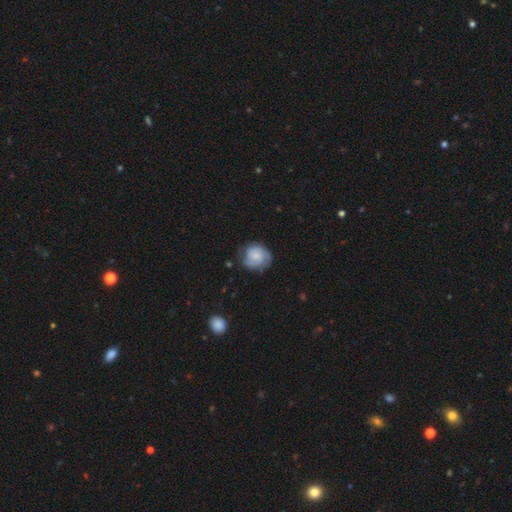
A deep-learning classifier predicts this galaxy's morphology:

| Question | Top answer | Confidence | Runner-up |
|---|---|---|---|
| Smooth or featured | featured or disk | 59% | smooth (34%) |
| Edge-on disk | no | 98% | yes (2%) |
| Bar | no | 70% | weak (26%) |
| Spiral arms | yes | 91% | no (9%) |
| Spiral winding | tight | 57% | medium (34%) |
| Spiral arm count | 2 | 55% | can't tell (21%) |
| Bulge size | small | 56% | moderate (26%) |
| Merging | none | 67% | minor disturbance (23%) |